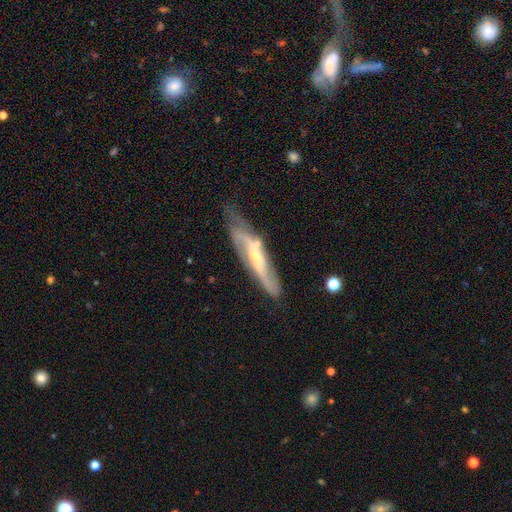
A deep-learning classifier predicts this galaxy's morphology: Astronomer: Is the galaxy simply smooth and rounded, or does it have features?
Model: featured or disk — 77%.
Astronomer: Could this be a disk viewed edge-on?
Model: no — 61% (runner-up: yes, 39%).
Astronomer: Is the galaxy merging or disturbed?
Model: none — 55%.